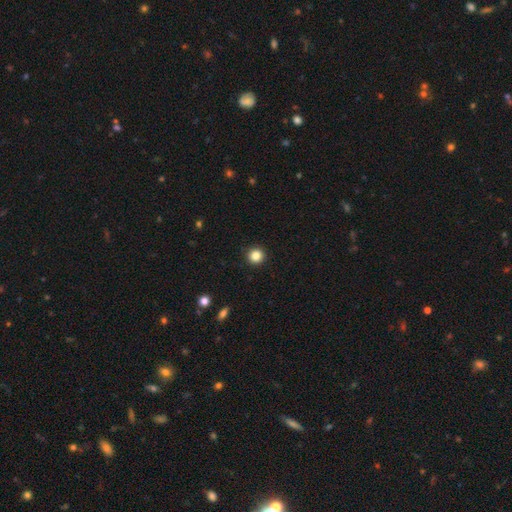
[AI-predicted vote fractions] smooth_or_featured: smooth (p=0.85) [alt: star or artifact p=0.11]
how_rounded: round (p=0.95) [alt: in between p=0.04]
merging: none (p=0.93) [alt: minor disturbance p=0.05]